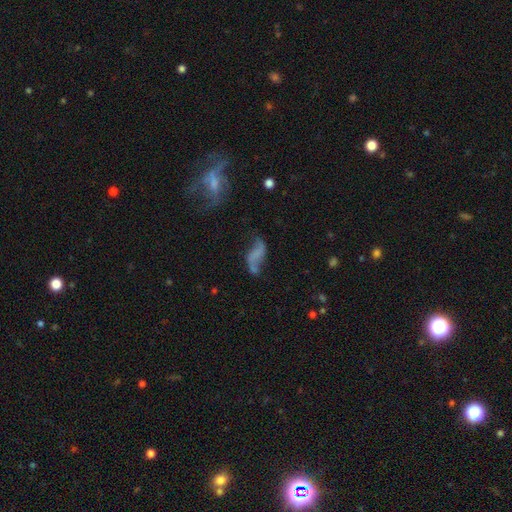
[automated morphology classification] smooth_or_featured: featured or disk (p=0.57) [alt: smooth p=0.30]
disk_edge_on: no (p=0.94) [alt: yes p=0.06]
bar: no (p=0.56) [alt: weak p=0.28]
has_spiral_arms: yes (p=0.75) [alt: no p=0.25]
bulge_size: none (p=0.71) [alt: small p=0.17]
merging: none (p=0.47) [alt: minor disturbance p=0.22]